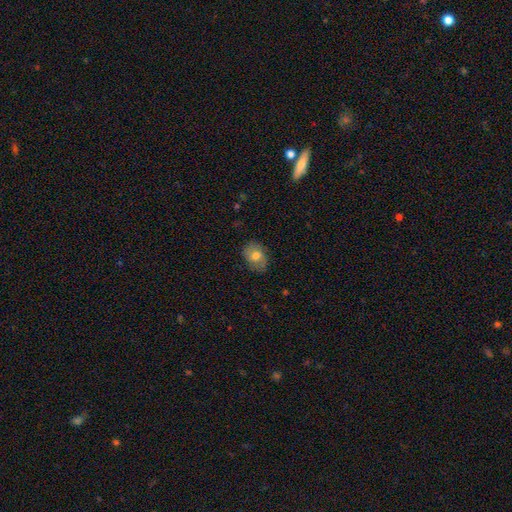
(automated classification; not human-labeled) smooth-or-featured: smooth: 67% | featured or disk: 25% | star or artifact: 8%
  how-rounded: in between: 67% | round: 32% | cigar-shaped: 1%
  merging: none: 77% | minor disturbance: 18% | major disturbance: 4% | merger: 1%